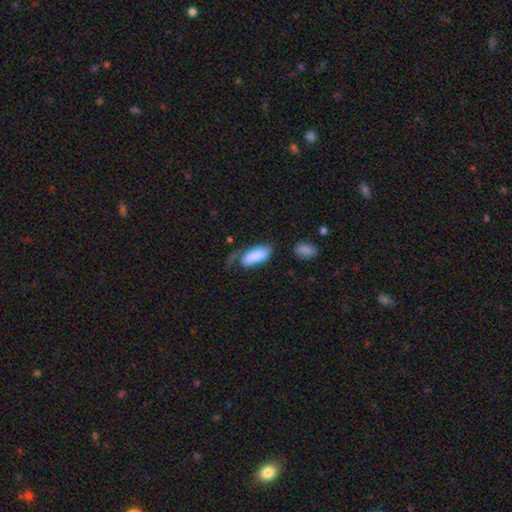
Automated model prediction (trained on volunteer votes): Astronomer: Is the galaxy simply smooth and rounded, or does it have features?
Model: smooth — 80%.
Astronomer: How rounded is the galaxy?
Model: in between — 87%.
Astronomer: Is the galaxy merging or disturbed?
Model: major disturbance — 36% (runner-up: none, 32%).